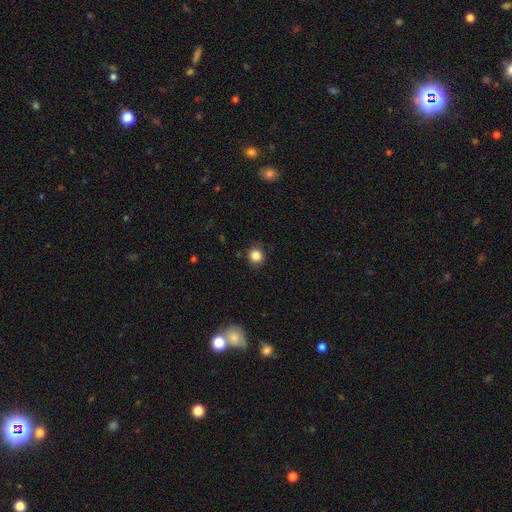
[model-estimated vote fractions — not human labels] Overall: smooth (84%). How rounded: round (90%). Merging: none (88%).